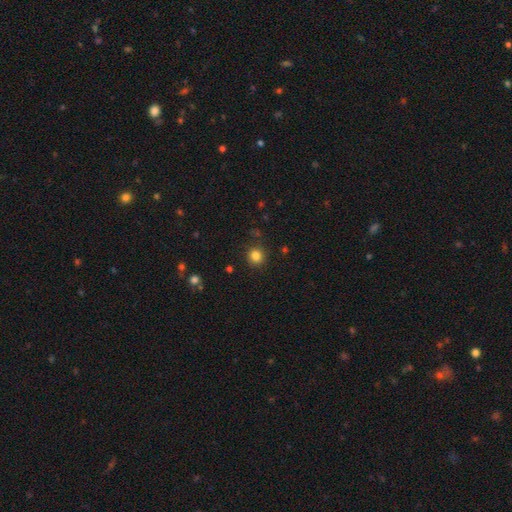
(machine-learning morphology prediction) The model was most divided on "smooth or featured": smooth: 83%, star or artifact: 12%, featured or disk: 5%. More confident: how rounded — round (90%); merging — none (88%).